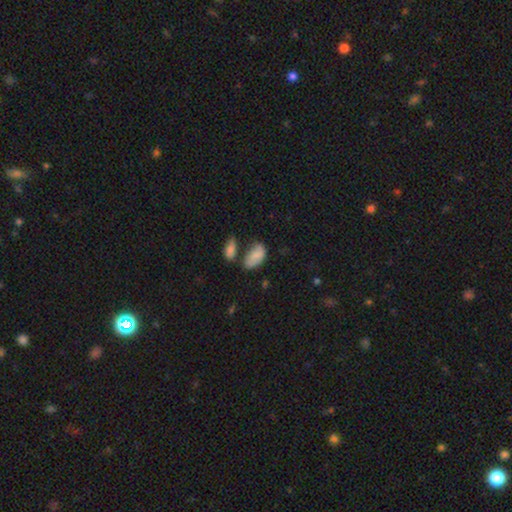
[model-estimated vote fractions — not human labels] A smooth galaxy with no disk features (79%) that is in between round and cigar-shaped (93%). Merging: none (39%).